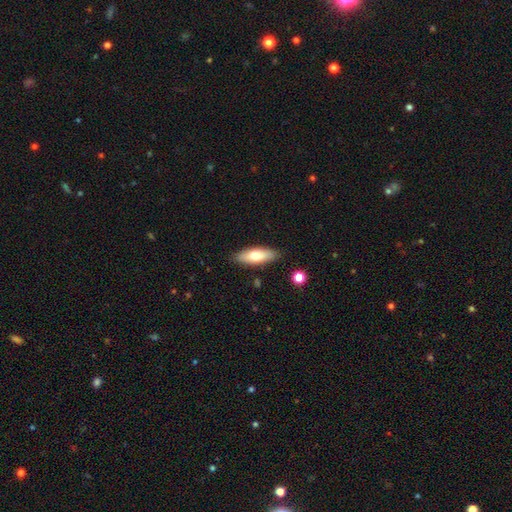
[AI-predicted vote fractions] Morphology: type=smooth (70%); roundness=in between (64%); merging=none (86%).